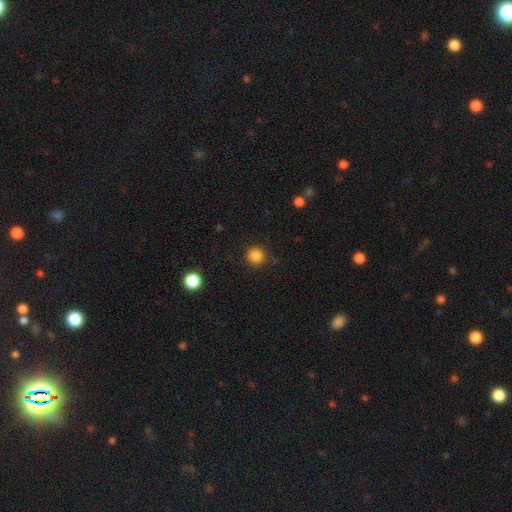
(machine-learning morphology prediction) Smooth or featured? smooth (85%)
How rounded? round (94%)
Merging? none (89%)